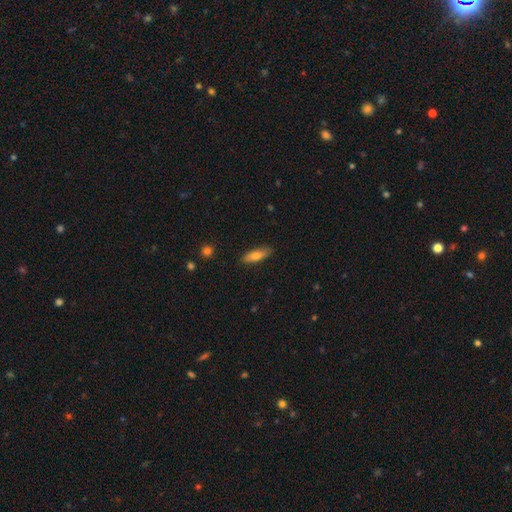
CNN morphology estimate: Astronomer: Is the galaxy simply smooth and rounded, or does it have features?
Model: smooth — 73%.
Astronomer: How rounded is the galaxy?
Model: cigar-shaped — 50% (runner-up: in between, 47%).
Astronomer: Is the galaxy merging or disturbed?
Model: none — 87%.